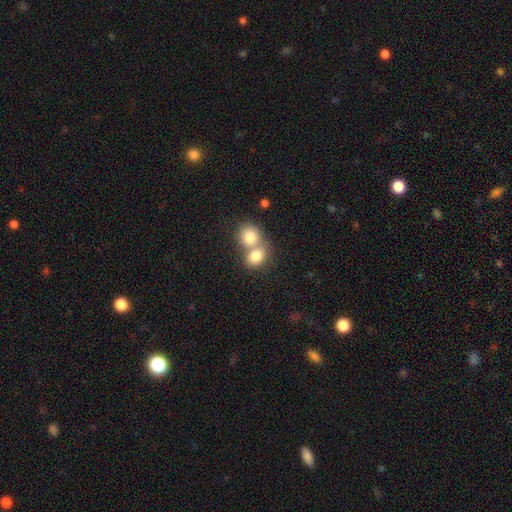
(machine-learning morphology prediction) Smooth or featured?
  - smooth: 80% *
  - featured or disk: 11%
  - star or artifact: 9%
How rounded?
  - round: 55% *
  - in between: 44%
  - cigar-shaped: 1%
Merging?
  - merger: 64% *
  - none: 28%
  - minor disturbance: 6%
  - major disturbance: 3%